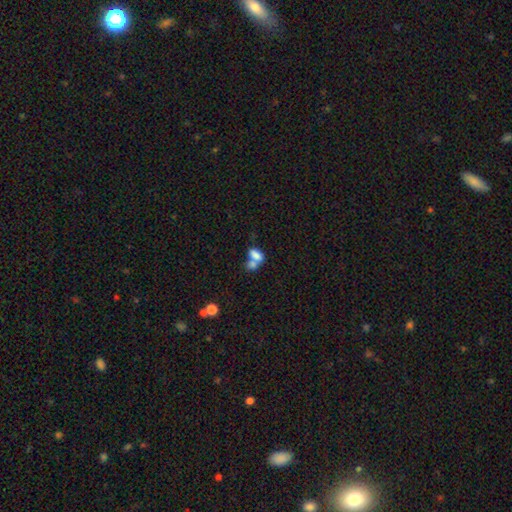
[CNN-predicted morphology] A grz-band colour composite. It shows a smooth galaxy with no disk features (76%) that is in between round and cigar-shaped (87%). Merging: merger (64%).